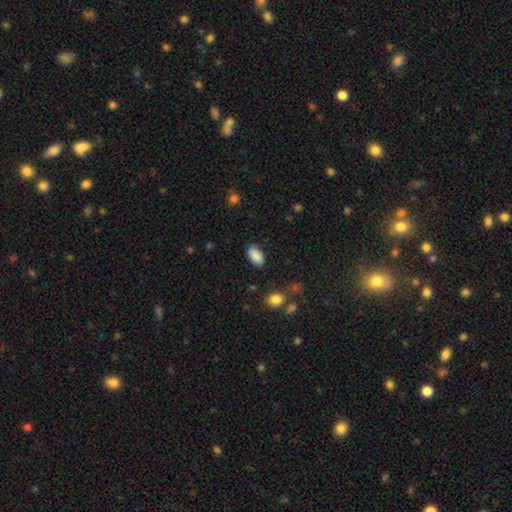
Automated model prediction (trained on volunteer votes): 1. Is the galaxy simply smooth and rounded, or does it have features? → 88% smooth, 7% star or artifact, 5% featured or disk.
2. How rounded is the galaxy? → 94% in between, 4% round, 2% cigar-shaped.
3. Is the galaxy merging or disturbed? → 85% none, 10% minor disturbance, 3% major disturbance, 1% merger.